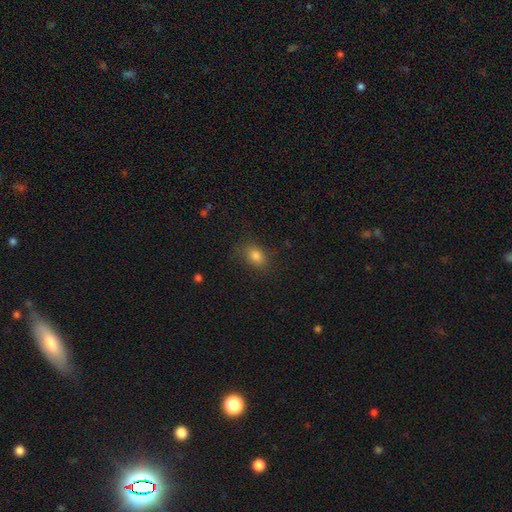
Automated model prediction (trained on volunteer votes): This appears to be a smooth galaxy with no disk features (82%) that is in between round and cigar-shaped (69%). Merging: none (79%).